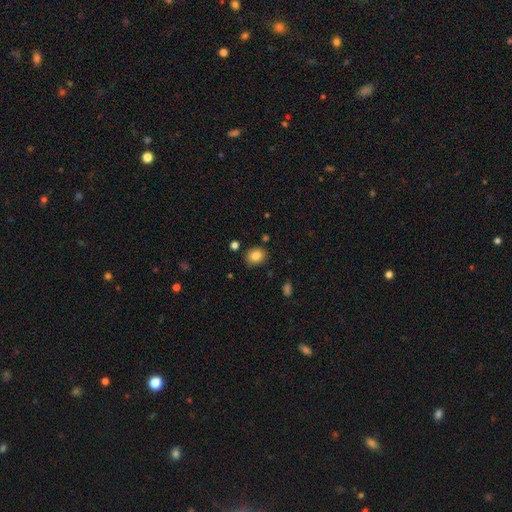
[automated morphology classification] Q: Smooth or featured?
A: smooth (84%); runner-up: star or artifact (10%)
Q: How rounded?
A: round (63%); runner-up: in between (36%)
Q: Merging?
A: none (86%); runner-up: minor disturbance (9%)